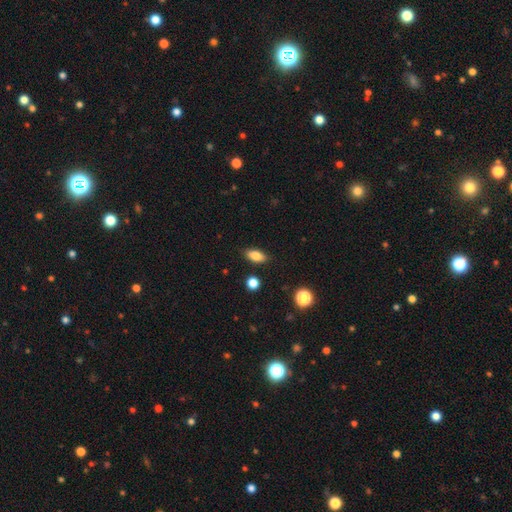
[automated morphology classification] This is clearly a smooth galaxy (83%). How rounded: clearly in between (85%). Merging: clearly none (87%).